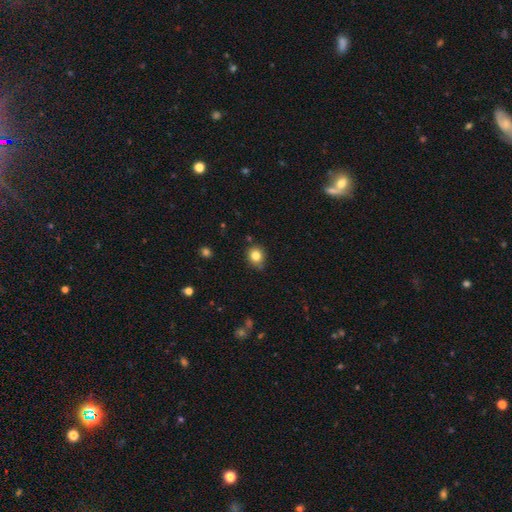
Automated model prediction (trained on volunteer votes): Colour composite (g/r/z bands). It shows a smooth galaxy with no disk features (82%) that is round (81%). Merging: none (80%).